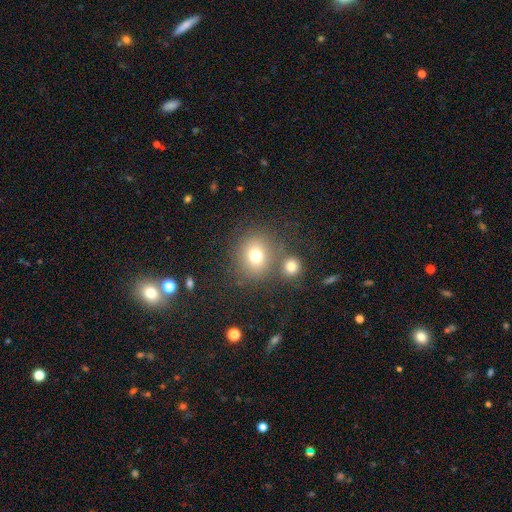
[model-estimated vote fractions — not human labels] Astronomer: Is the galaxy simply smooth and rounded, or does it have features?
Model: smooth — 74%.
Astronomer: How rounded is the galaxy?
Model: round — 81%.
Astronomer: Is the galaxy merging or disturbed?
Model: none — 66%.